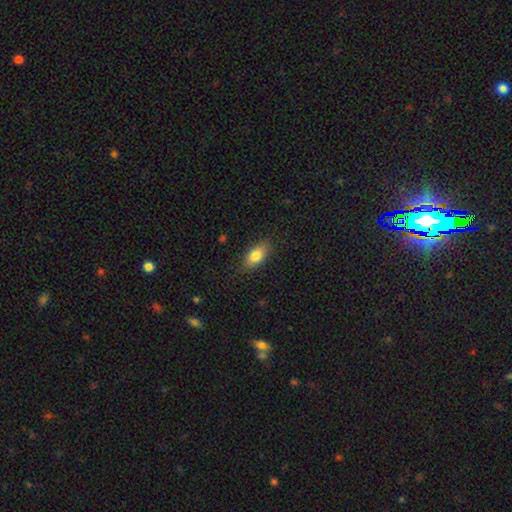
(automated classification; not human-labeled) Smooth or featured: smooth — 81% (featured or disk — 11%)
How rounded: in between — 88% (cigar-shaped — 7%)
Merging: none — 83% (minor disturbance — 13%)